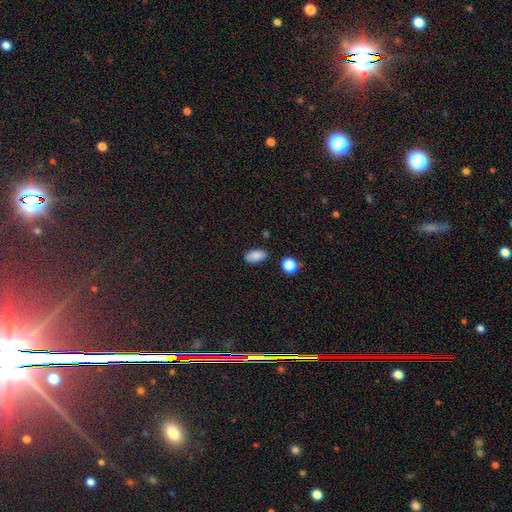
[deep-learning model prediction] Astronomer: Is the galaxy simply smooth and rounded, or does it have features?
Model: smooth — 86%.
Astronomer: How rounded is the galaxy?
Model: in between — 91%.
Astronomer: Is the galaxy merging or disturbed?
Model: none — 82%.